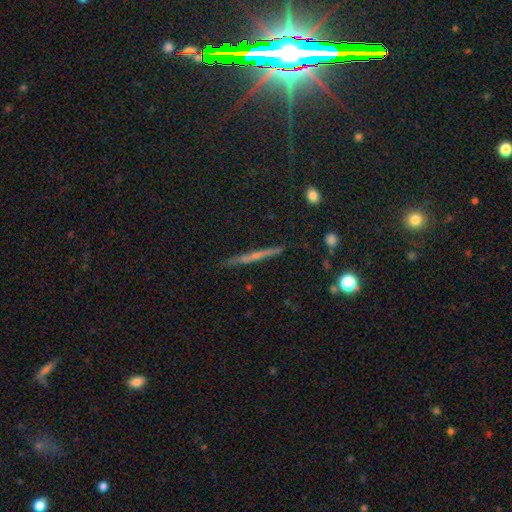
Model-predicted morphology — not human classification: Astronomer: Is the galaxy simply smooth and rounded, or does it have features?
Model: featured or disk — 54% (runner-up: smooth, 32%).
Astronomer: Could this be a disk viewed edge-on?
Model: yes — 97%.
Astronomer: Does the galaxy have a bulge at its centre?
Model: none — 61%.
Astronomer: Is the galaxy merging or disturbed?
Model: none — 89%.